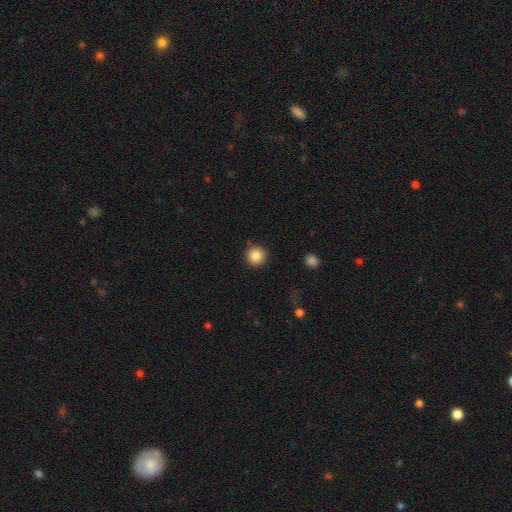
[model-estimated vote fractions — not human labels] Smooth or featured?
  - smooth: 87% *
  - star or artifact: 10%
  - featured or disk: 4%
How rounded?
  - round: 95% *
  - in between: 4%
  - cigar-shaped: 1%
Merging?
  - none: 88% *
  - minor disturbance: 8%
  - major disturbance: 2%
  - merger: 2%